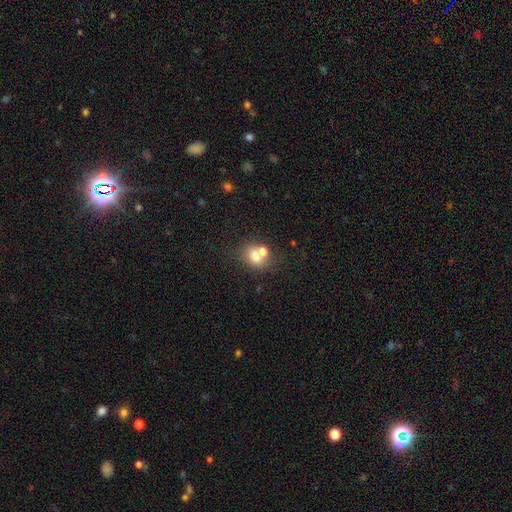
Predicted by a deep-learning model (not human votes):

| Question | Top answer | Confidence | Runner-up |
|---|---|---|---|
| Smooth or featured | smooth | 68% | featured or disk (19%) |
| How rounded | round | 61% | in between (38%) |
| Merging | none | 45% | merger (42%) |